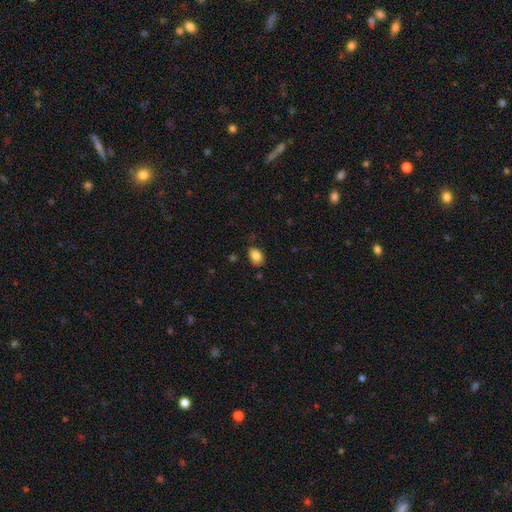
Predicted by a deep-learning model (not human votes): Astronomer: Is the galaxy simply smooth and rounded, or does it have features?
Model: smooth — 85%.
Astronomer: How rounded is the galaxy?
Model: in between — 81%.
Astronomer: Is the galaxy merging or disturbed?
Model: none — 77%.